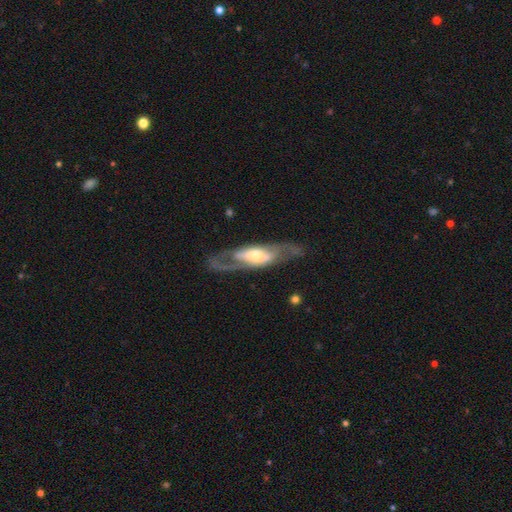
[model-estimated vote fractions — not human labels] Smooth or featured? featured or disk (76%)
Edge-on disk? no (76%)
Bar? no (50%)
Spiral arms? yes (70%)
Bulge size? moderate (53%)
Merging? none (72%)